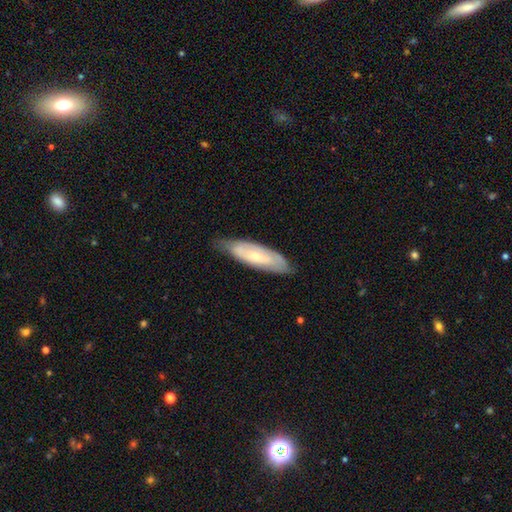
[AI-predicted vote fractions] Overall: featured or disk (51%; smooth 43%). Edge-on disk: no (74%). Merging: none (71%).